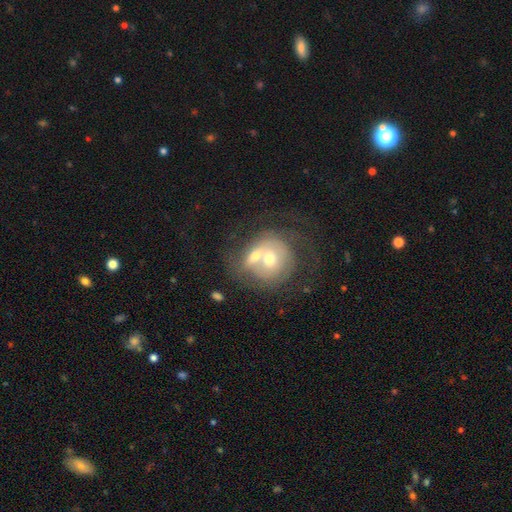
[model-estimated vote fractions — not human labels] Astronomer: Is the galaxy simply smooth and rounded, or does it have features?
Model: featured or disk — 50% (runner-up: smooth, 42%).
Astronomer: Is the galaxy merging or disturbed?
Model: merger — 59%.